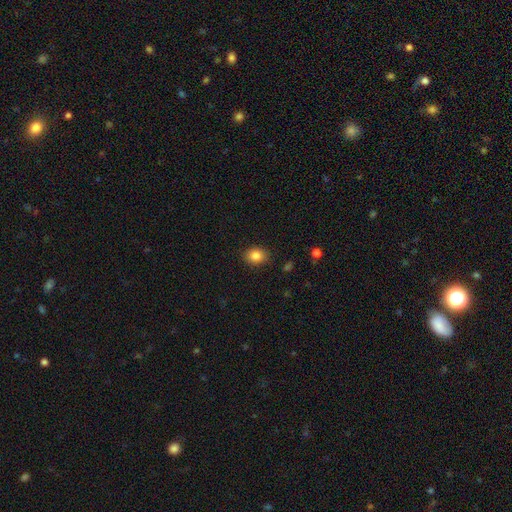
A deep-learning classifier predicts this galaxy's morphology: Smooth or featured? smooth (85%)
How rounded? round (50%)
Merging? none (87%)